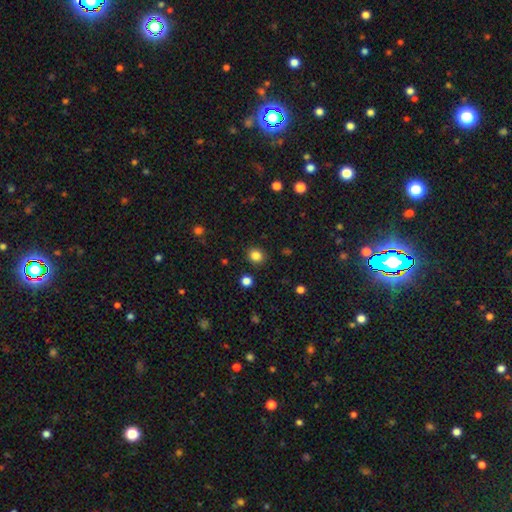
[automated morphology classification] Overall: smooth (84%). How rounded: round (76%). Merging: none (89%).